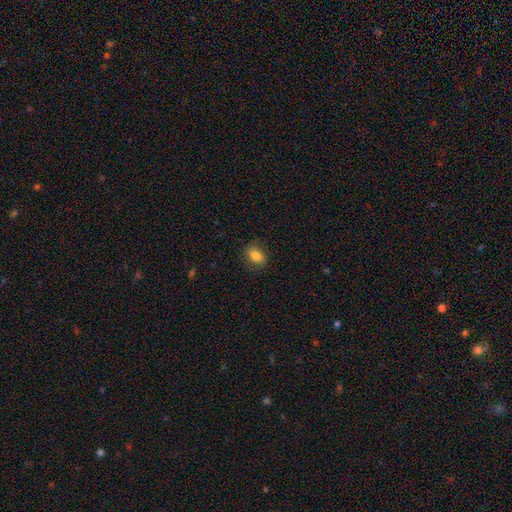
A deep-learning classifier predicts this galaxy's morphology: A smooth galaxy with no disk features (81%) that is in between round and cigar-shaped (78%).

Vote fractions:
- Smooth or featured? smooth: 81% / featured or disk: 10% / star or artifact: 9%
- How rounded? in between: 78% / round: 20% / cigar-shaped: 2%
- Merging? none: 79% / minor disturbance: 15% / major disturbance: 4% / merger: 1%